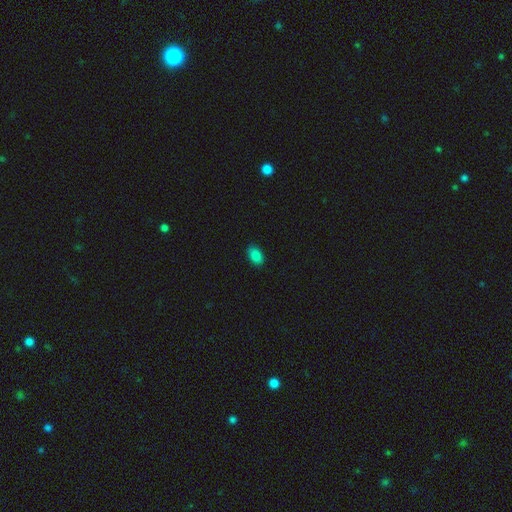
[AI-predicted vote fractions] The model was most divided on "smooth or featured": smooth: 86%, star or artifact: 10%, featured or disk: 4%. More confident: how rounded — in between (90%); merging — none (88%).